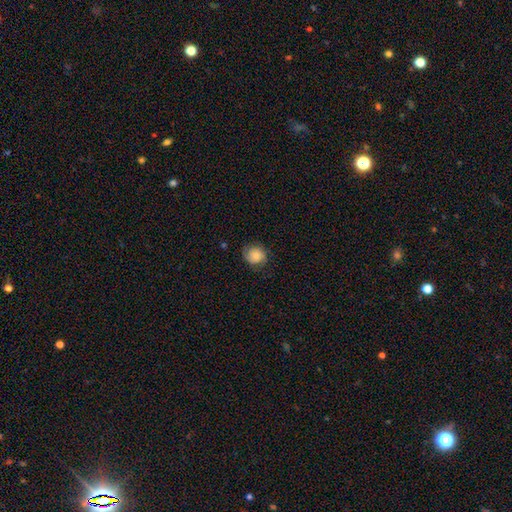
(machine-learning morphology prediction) smooth 60%, featured or disk 31%, star or artifact 9%. Down the decision tree: how rounded — round (78%); merging — none (74%).